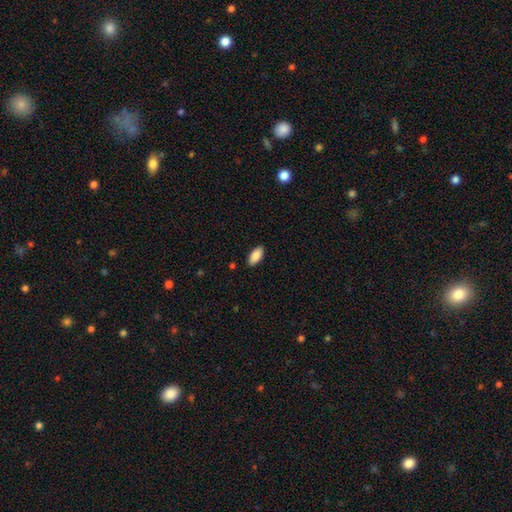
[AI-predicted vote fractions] Smooth or featured? smooth (87%)
How rounded? in between (91%)
Merging? none (88%)